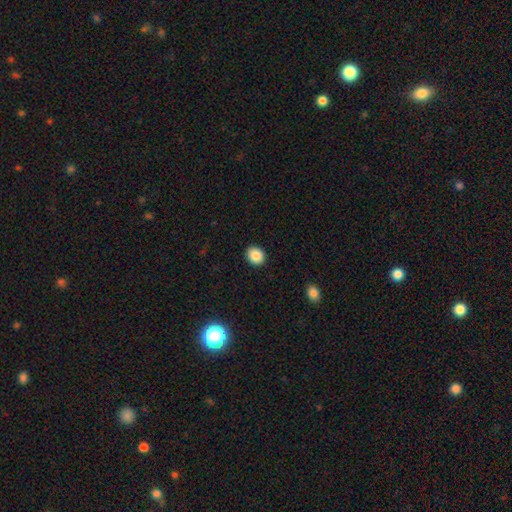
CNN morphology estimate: Smooth or featured? Predicted: smooth (p=0.88). How rounded? Predicted: round (p=0.62). Merging? Predicted: none (p=0.91).